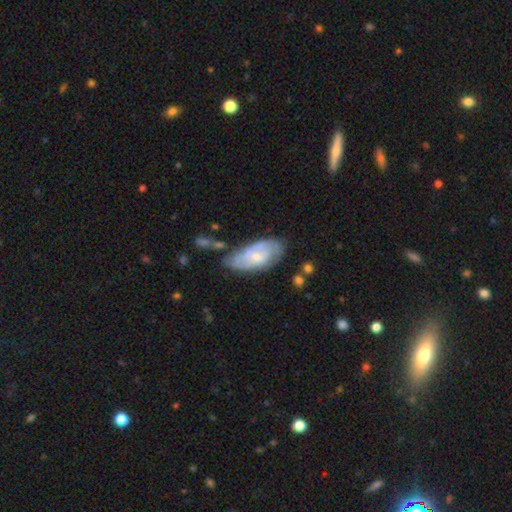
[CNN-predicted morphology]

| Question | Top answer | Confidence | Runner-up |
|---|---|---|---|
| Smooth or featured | featured or disk | 54% | smooth (40%) |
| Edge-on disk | no | 91% | yes (9%) |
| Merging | none | 55% | minor disturbance (28%) |